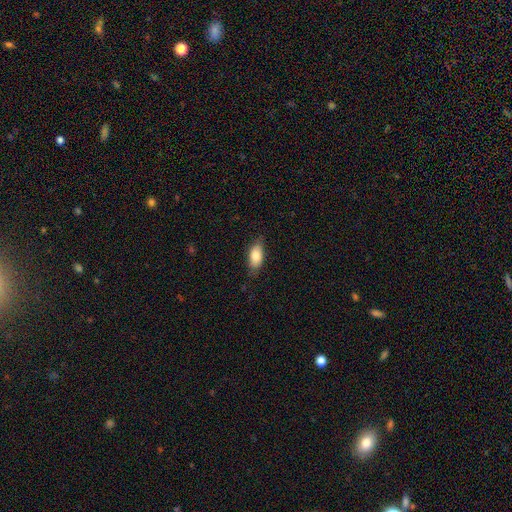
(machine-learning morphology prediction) smooth 80%, featured or disk 13%, star or artifact 7%. Down the decision tree: how rounded — in between (87%); merging — none (78%).